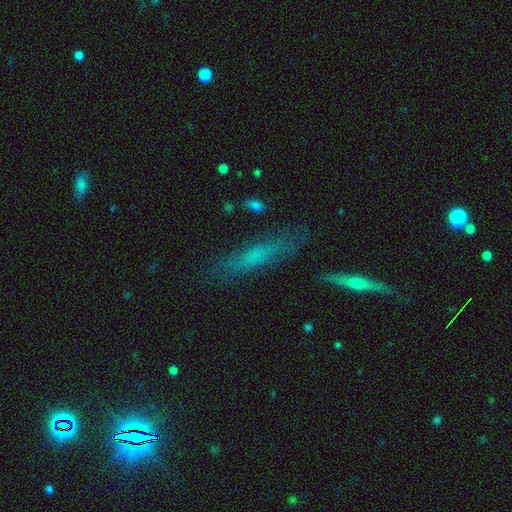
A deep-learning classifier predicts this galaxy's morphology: A smooth galaxy with no disk features (53%) that is cigar-shaped (81%). Merging: none (76%).